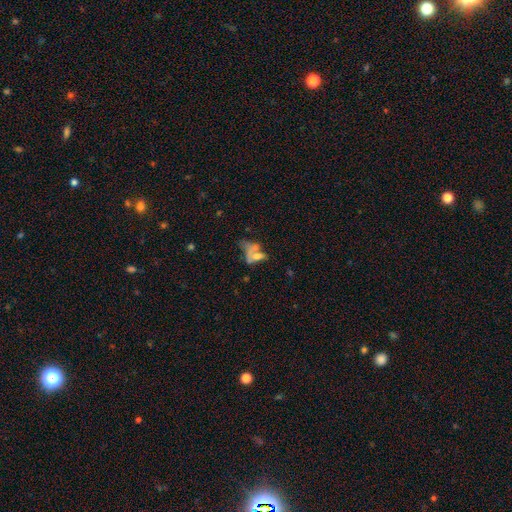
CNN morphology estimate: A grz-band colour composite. It shows a smooth galaxy with no disk features (50%) that is in between round and cigar-shaped (71%). Merging: merger (49%).